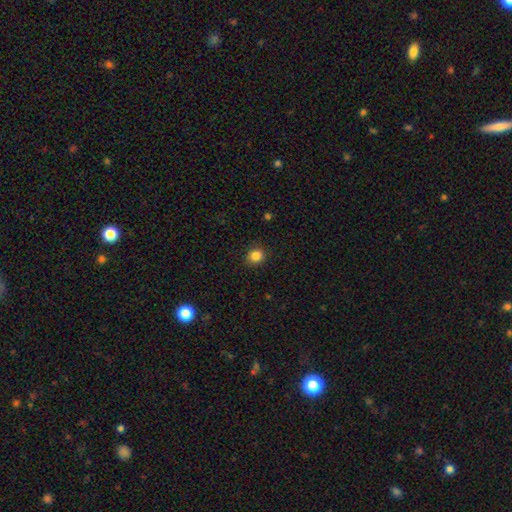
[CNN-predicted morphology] This appears to be a smooth galaxy with no disk features (85%) that is round (75%). Merging: none (89%).